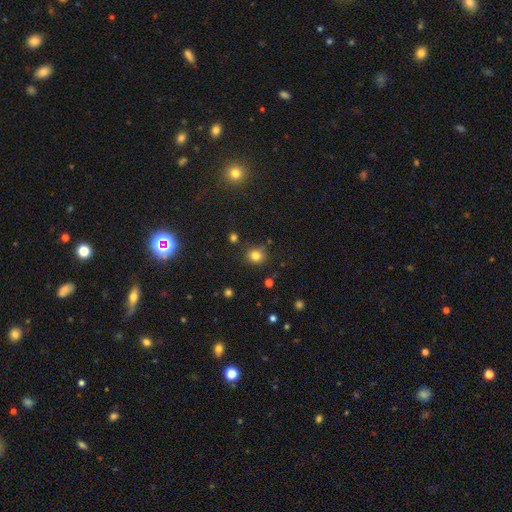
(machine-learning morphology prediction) smooth 79%, star or artifact 14%, featured or disk 6%. Down the decision tree: how rounded — round (88%); merging — none (81%).